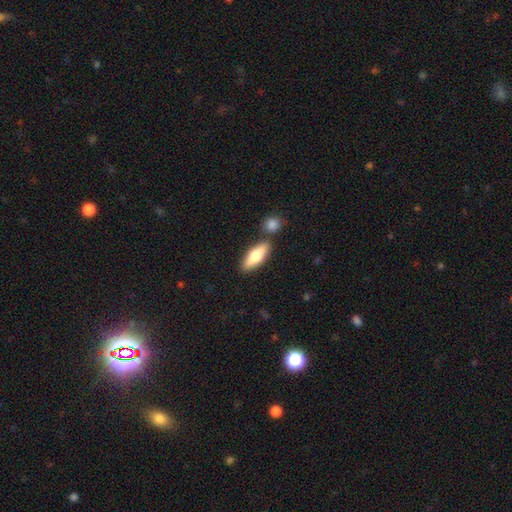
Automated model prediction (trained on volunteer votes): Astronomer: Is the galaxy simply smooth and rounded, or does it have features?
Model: smooth — 70%.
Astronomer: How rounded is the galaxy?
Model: in between — 62%.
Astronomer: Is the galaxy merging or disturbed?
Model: none — 76%.